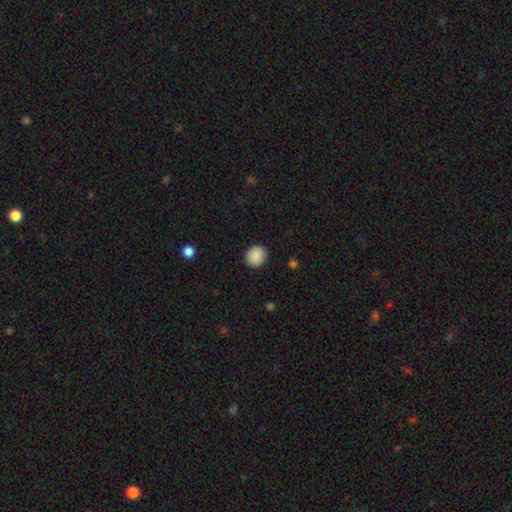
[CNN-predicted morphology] This is clearly a smooth galaxy (89%). How rounded: likely round (78%). Merging: clearly none (89%).